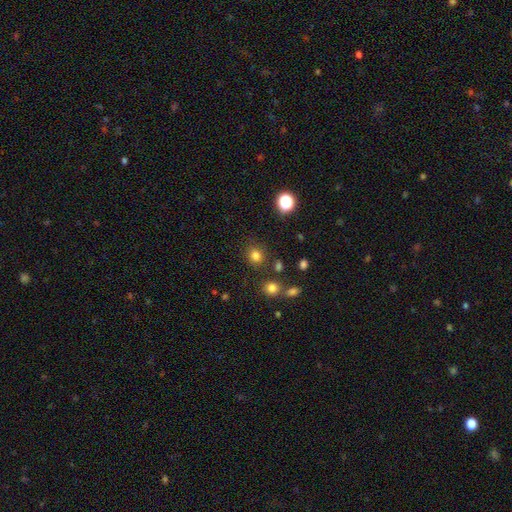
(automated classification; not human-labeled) smooth-or-featured: smooth: 79% | star or artifact: 16% | featured or disk: 5%
  how-rounded: round: 82% | in between: 17% | cigar-shaped: 1%
  merging: none: 82% | minor disturbance: 9% | merger: 5% | major disturbance: 4%